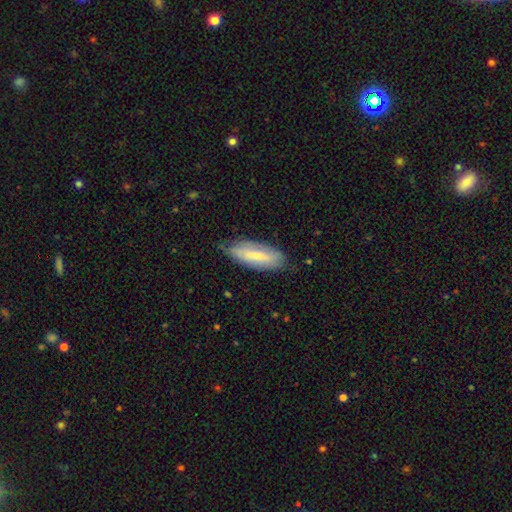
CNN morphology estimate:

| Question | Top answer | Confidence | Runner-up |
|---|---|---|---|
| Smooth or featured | smooth | 64% | featured or disk (30%) |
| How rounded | in between | 61% | cigar-shaped (37%) |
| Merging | none | 73% | minor disturbance (22%) |